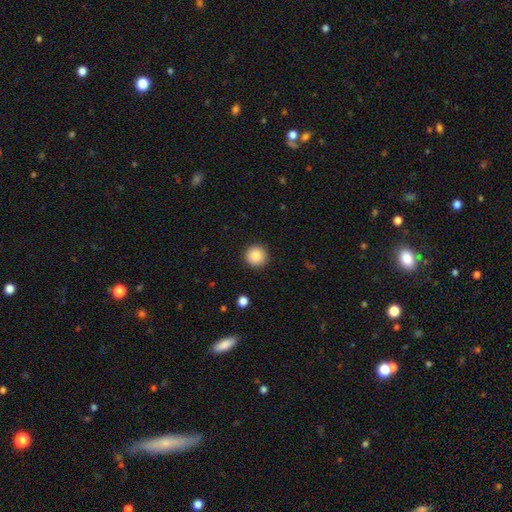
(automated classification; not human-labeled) This is clearly a smooth galaxy (88%). How rounded: clearly round (95%). Merging: clearly none (92%).